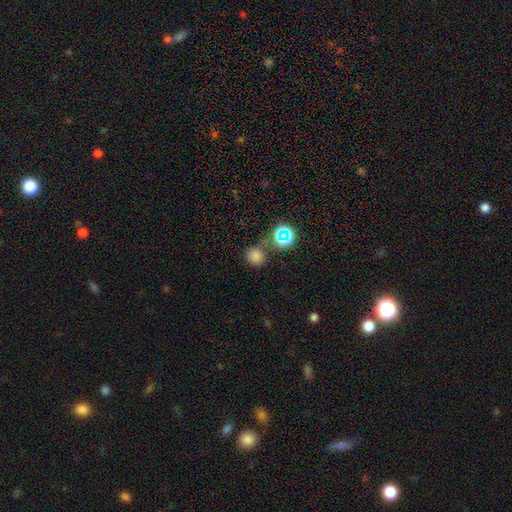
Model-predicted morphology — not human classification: Smooth or featured? Predicted: smooth (p=0.74). How rounded? Predicted: round (p=0.82). Merging? Predicted: none (p=0.72).